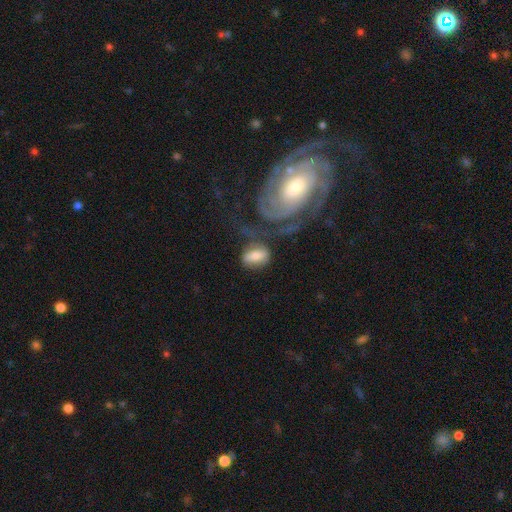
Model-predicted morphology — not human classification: A smooth galaxy with no disk features (55%) that is in between round and cigar-shaped (78%). Merging: none (46%).